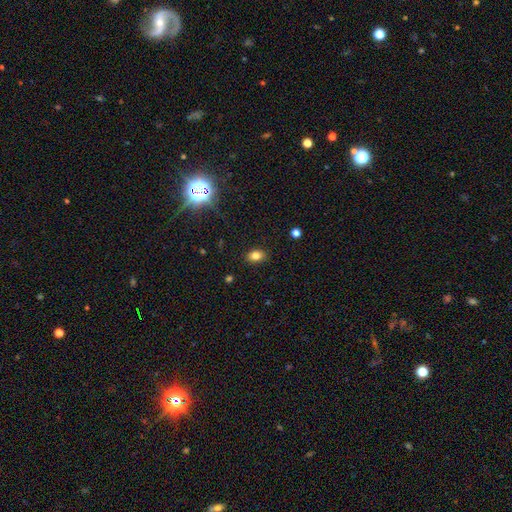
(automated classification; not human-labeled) A smooth galaxy with no disk features (80%) that is in between round and cigar-shaped (76%). Merging: none (87%).